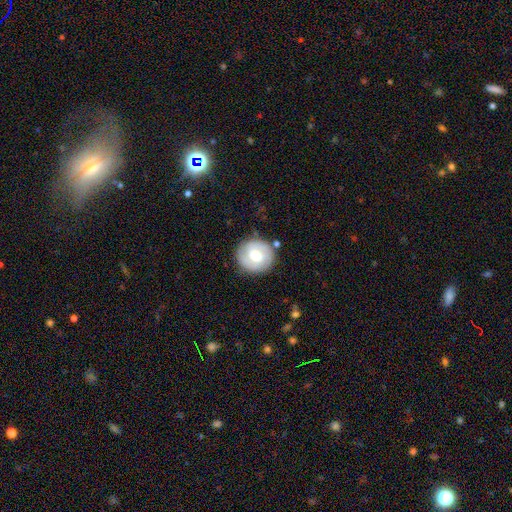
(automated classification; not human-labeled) A smooth galaxy with no disk features (54%) that is round (91%).

Vote fractions:
- Smooth or featured? smooth: 54% / featured or disk: 40% / star or artifact: 7%
- How rounded? round: 91% / in between: 8% / cigar-shaped: 1%
- Merging? none: 84% / minor disturbance: 10% / major disturbance: 3% / merger: 3%